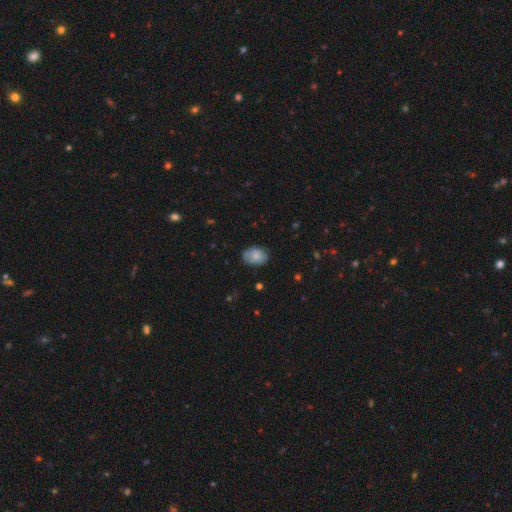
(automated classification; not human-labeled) Q: Smooth or featured?
A: smooth (78%); runner-up: featured or disk (15%)
Q: How rounded?
A: in between (82%); runner-up: round (16%)
Q: Merging?
A: none (74%); runner-up: minor disturbance (21%)